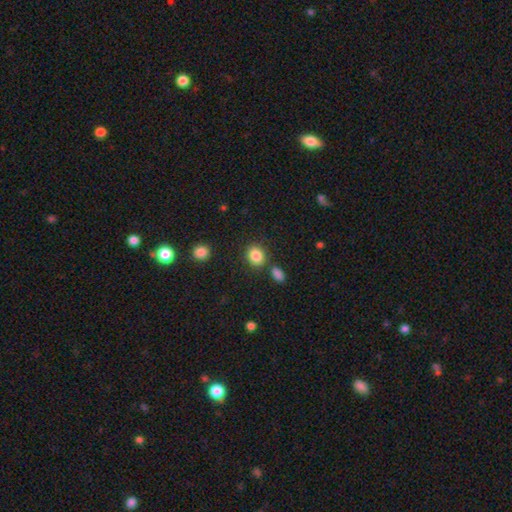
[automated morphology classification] smooth 86%, star or artifact 9%, featured or disk 5%. Down the decision tree: how rounded — round (52%); merging — none (77%).